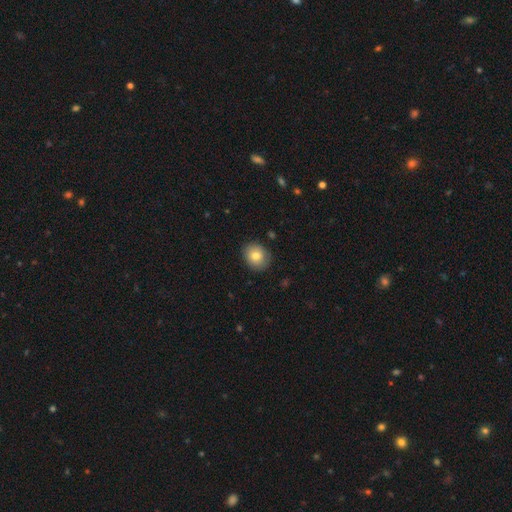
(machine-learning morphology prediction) The model was most divided on "how rounded": round: 65%, in between: 34%, cigar-shaped: 1%. More confident: merging — none (87%); smooth or featured — smooth (80%).